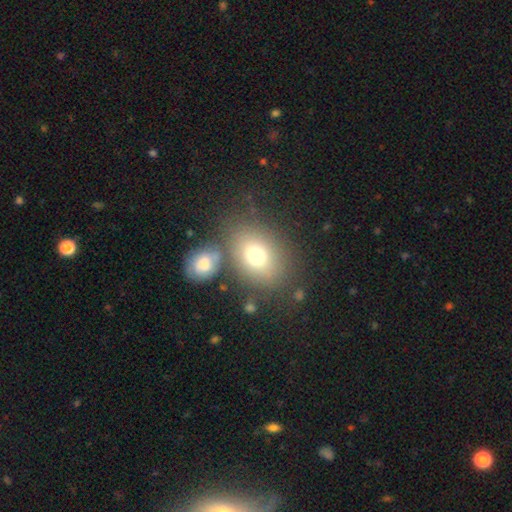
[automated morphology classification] This is likely a smooth galaxy (73%). How rounded: likely in between (61%). Merging: likely none (64%).